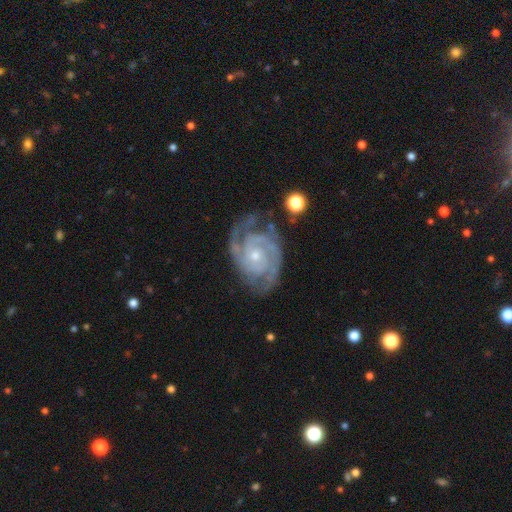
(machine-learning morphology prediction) This is clearly a featured or disk galaxy (92%). It is clearly not viewed edge-on (98%). Bar: likely no (70%). Spiral arm pattern: clearly yes (98%). Spiral arm count: likely 2 (60%). Spiral winding: likely tight (62%). Central bulge: likely small (61%). Merging: likely none (71%).